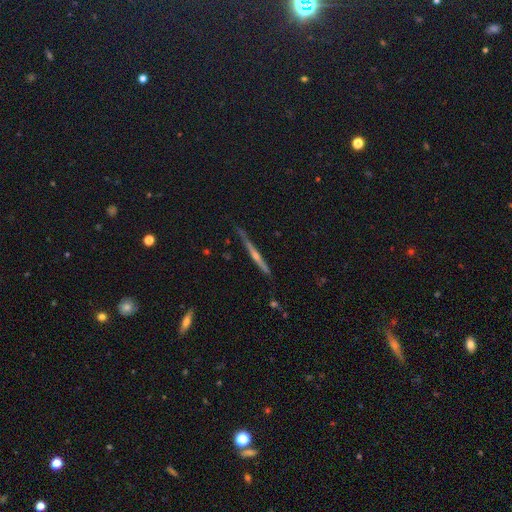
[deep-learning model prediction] Smooth or featured? Predicted: featured or disk (p=0.75). Edge-on disk? Predicted: yes (p=0.98). Edge-on bulge? Predicted: rounded (p=0.73). Merging? Predicted: none (p=0.85).